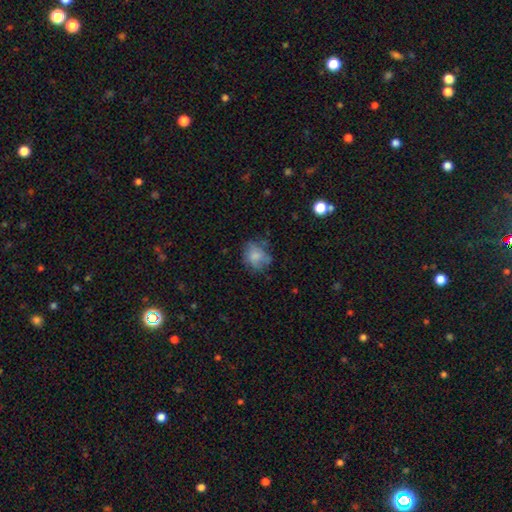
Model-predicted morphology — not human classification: This is likely a smooth galaxy (69%). How rounded: possibly round (57%). Merging: possibly none (56%).